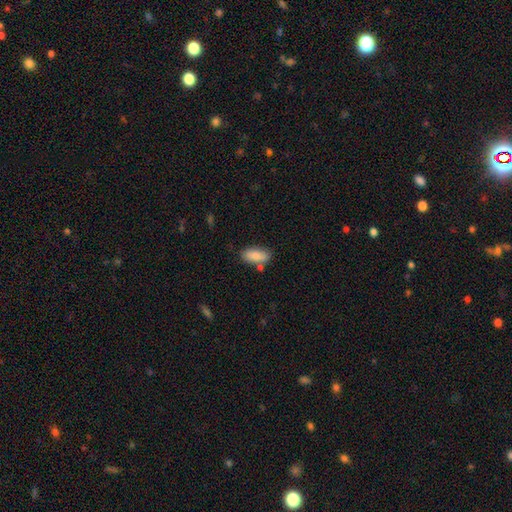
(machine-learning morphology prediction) A smooth galaxy with no disk features (83%) that is in between round and cigar-shaped (86%).

Vote fractions:
- Smooth or featured? smooth: 83% / featured or disk: 10% / star or artifact: 7%
- How rounded? in between: 86% / cigar-shaped: 12% / round: 3%
- Merging? none: 74% / minor disturbance: 14% / merger: 8% / major disturbance: 3%